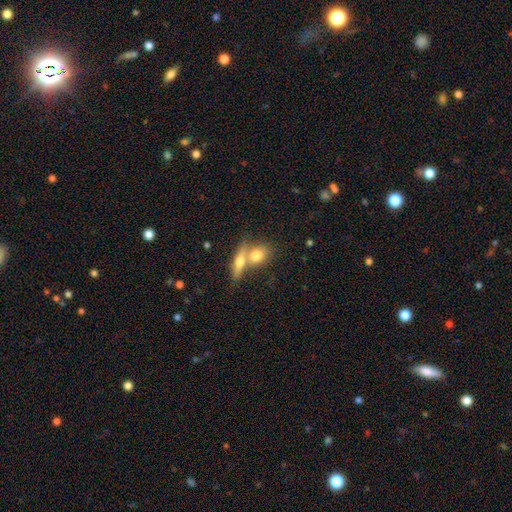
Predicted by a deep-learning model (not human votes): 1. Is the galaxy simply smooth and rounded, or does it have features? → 54% smooth, 26% featured or disk, 20% star or artifact.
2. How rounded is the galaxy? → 48% in between, 41% round, 11% cigar-shaped.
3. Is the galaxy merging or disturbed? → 55% merger, 31% none, 8% minor disturbance, 6% major disturbance.